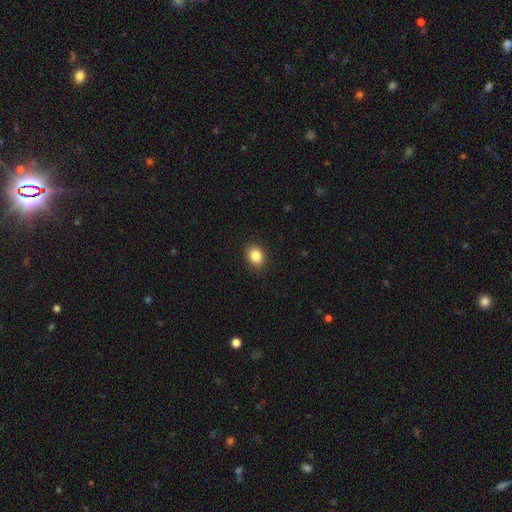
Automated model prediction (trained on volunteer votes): smooth_or_featured: smooth (p=0.86) [alt: star or artifact p=0.09]
how_rounded: in between (p=0.50) [alt: round p=0.49]
merging: none (p=0.90) [alt: minor disturbance p=0.07]